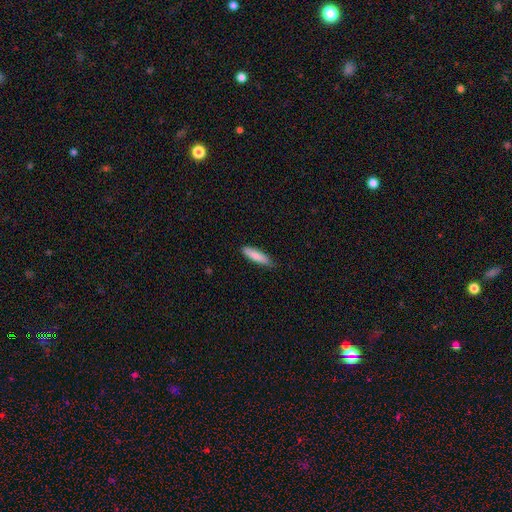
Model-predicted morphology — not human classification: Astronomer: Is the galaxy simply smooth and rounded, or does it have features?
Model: smooth — 84%.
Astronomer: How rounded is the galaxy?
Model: cigar-shaped — 71%.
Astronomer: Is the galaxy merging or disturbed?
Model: none — 81%.